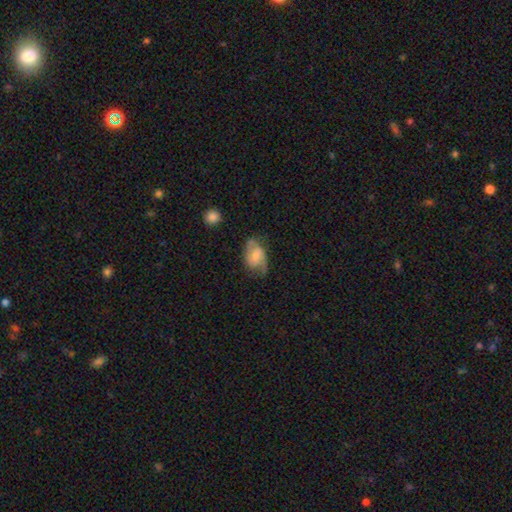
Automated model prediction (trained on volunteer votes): smooth-or-featured: featured or disk: 64% | smooth: 29% | star or artifact: 7%
  disk-edge-on: no: 96% | yes: 4%
    bar: no: 45% (tied) | weak: 45% (tied) | strong: 10%
    has-spiral-arms: yes: 90% | no: 10%
      spiral-winding: medium: 48% | loose: 31% | tight: 20%
      spiral-arm-count: 2: 84% | can't tell: 8% | 1: 4% | 3: 2% | 4: 1% | more than 4: 1%
    bulge-size: moderate: 42% | small: 40% | none: 9% | large: 7% | dominant: 2%
  merging: none: 62% | minor disturbance: 25% | major disturbance: 11% | merger: 2%